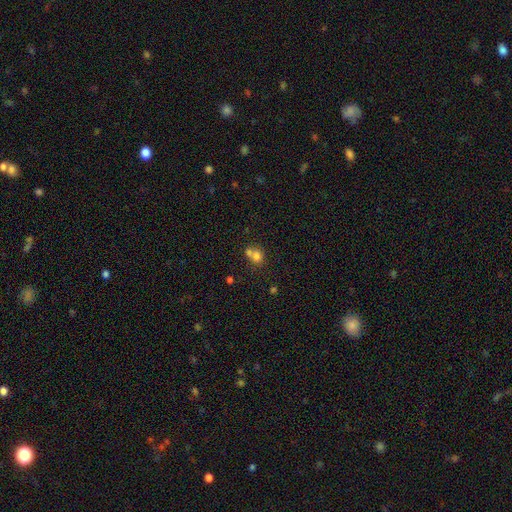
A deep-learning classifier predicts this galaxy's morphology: smooth_or_featured: smooth (p=0.73) [alt: featured or disk p=0.14]
how_rounded: round (p=0.67) [alt: in between p=0.32]
merging: merger (p=0.54) [alt: none p=0.34]